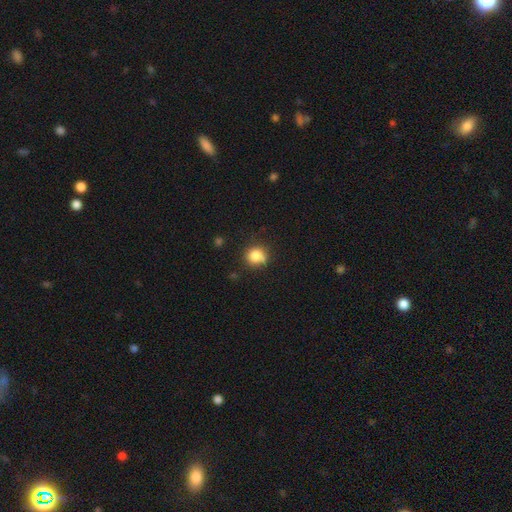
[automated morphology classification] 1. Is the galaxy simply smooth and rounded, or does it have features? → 82% smooth, 11% star or artifact, 7% featured or disk.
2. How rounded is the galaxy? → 86% round, 13% in between, 1% cigar-shaped.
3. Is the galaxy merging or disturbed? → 69% none, 18% minor disturbance, 9% merger, 5% major disturbance.